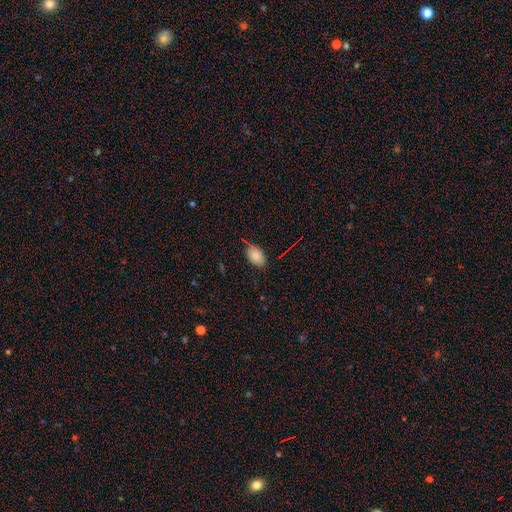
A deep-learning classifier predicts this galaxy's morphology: smooth-or-featured: smooth: 76% | star or artifact: 14% | featured or disk: 10%
  how-rounded: in between: 91% | round: 7% | cigar-shaped: 2%
  merging: none: 67% | minor disturbance: 26% | major disturbance: 5% | merger: 2%